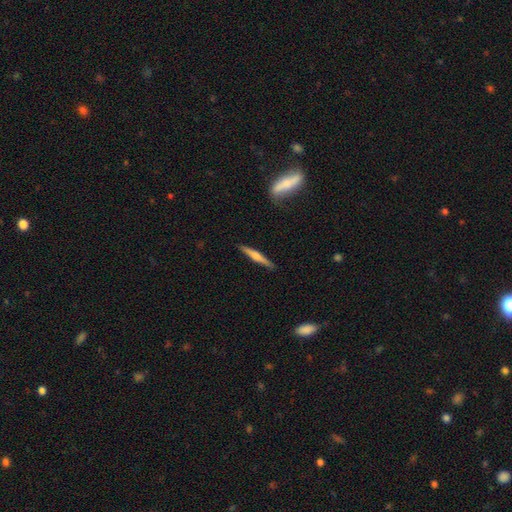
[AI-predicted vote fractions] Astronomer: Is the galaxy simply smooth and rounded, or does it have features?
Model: featured or disk — 58% (runner-up: smooth, 37%).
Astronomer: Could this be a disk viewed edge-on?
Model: yes — 97%.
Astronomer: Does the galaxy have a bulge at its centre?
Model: rounded — 74%.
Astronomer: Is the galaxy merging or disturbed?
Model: none — 90%.